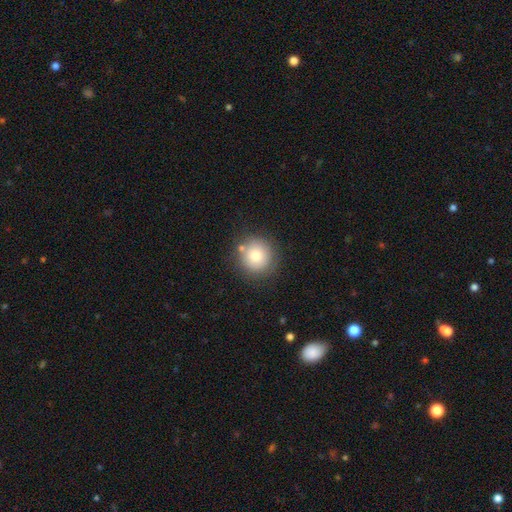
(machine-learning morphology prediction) The model was most divided on "smooth or featured": smooth: 76%, featured or disk: 13%, star or artifact: 10%. More confident: how rounded — round (94%); merging — none (79%).